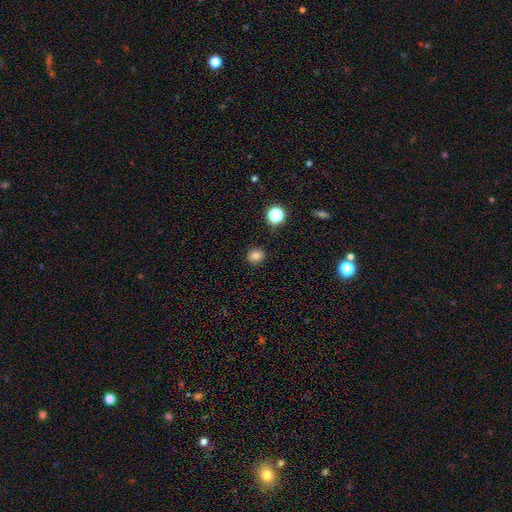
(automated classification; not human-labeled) This is likely a smooth galaxy (80%). How rounded: likely round (78%). Merging: clearly none (90%).